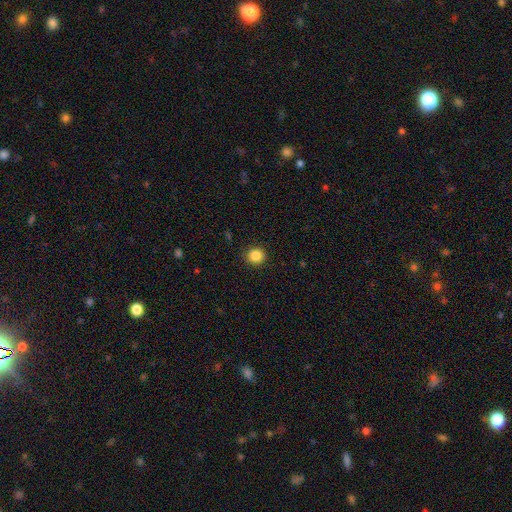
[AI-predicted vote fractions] Overall: smooth (86%). How rounded: round (92%). Merging: none (92%).